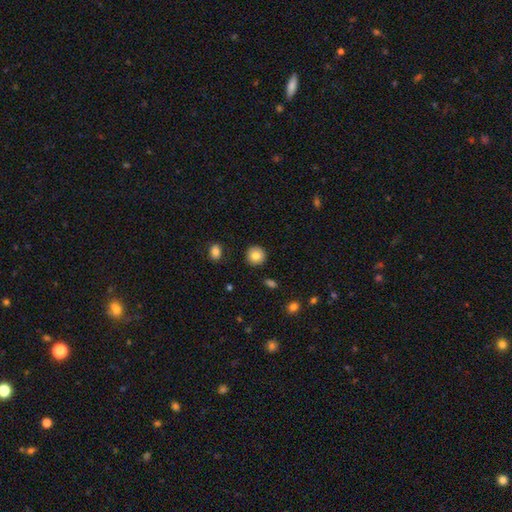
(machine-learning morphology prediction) Smooth or featured? Predicted: smooth (p=0.83). How rounded? Predicted: round (p=0.93). Merging? Predicted: none (p=0.91).